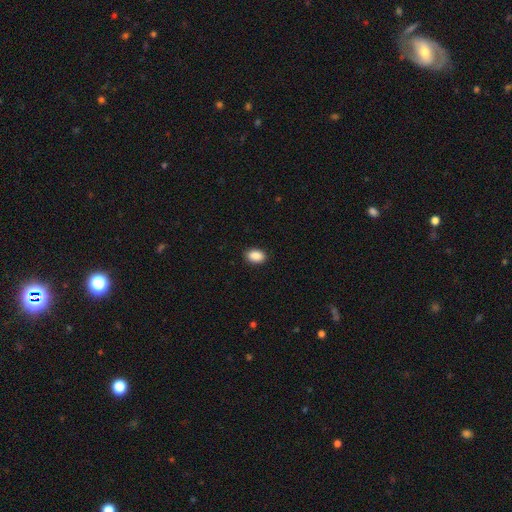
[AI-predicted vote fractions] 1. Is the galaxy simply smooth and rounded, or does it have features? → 90% smooth, 7% star or artifact, 3% featured or disk.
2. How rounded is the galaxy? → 84% in between, 14% round, 1% cigar-shaped.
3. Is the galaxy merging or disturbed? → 89% none, 8% minor disturbance, 2% major disturbance, 1% merger.